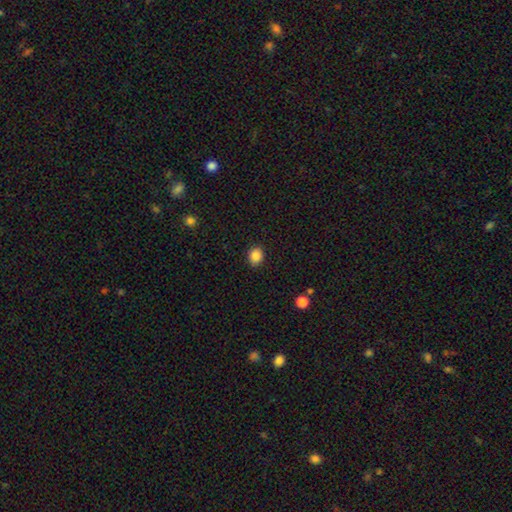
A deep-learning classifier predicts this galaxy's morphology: smooth_or_featured: smooth (p=0.87) [alt: star or artifact p=0.10]
how_rounded: round (p=0.65) [alt: in between p=0.34]
merging: none (p=0.90) [alt: minor disturbance p=0.07]